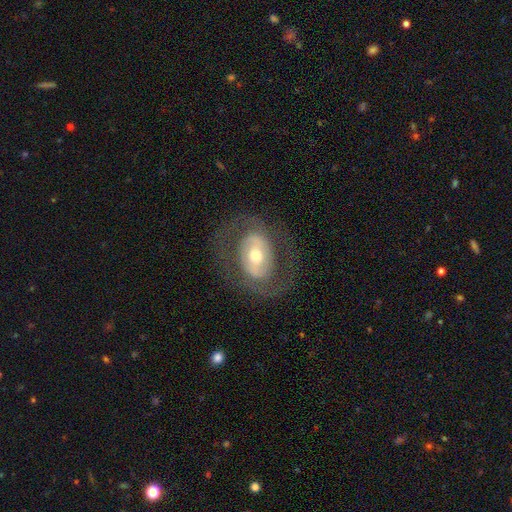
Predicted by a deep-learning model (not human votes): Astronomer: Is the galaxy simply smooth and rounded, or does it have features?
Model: featured or disk — 69%.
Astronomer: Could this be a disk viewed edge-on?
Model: no — 94%.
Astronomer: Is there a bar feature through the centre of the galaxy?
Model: no — 43% (runner-up: weak, 32%).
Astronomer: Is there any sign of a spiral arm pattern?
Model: no — 52% (runner-up: yes, 48%).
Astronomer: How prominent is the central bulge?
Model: moderate — 65%.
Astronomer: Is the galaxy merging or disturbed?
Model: none — 74%.